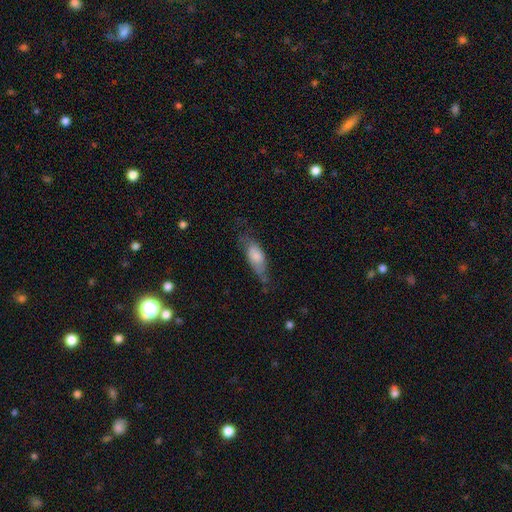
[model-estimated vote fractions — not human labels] Q: Smooth or featured?
A: smooth (70%); runner-up: featured or disk (24%)
Q: How rounded?
A: in between (75%); runner-up: cigar-shaped (23%)
Q: Merging?
A: none (47%); runner-up: minor disturbance (33%)